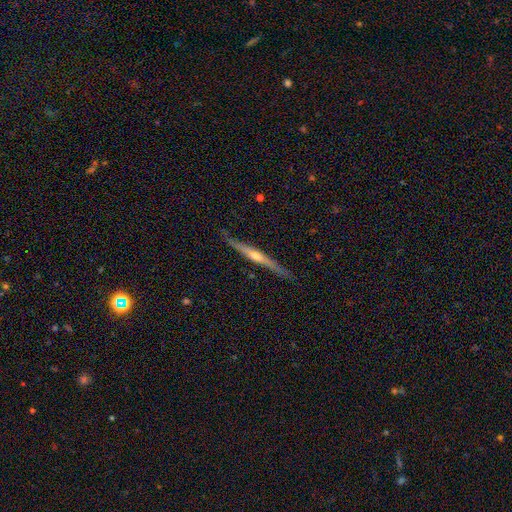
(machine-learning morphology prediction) smooth_or_featured: featured or disk (p=0.78) [alt: smooth p=0.17]
disk_edge_on: yes (p=0.98) [alt: no p=0.02]
edge_on_bulge: rounded (p=0.84) [alt: none p=0.12]
merging: none (p=0.85) [alt: minor disturbance p=0.11]